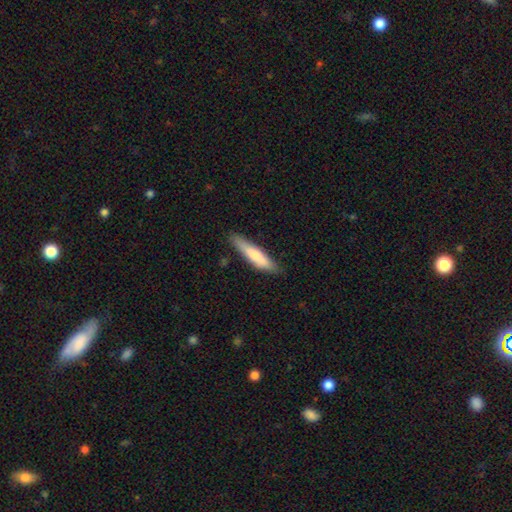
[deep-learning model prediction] This is likely a smooth galaxy (74%). How rounded: clearly cigar-shaped (82%). Merging: clearly none (81%).